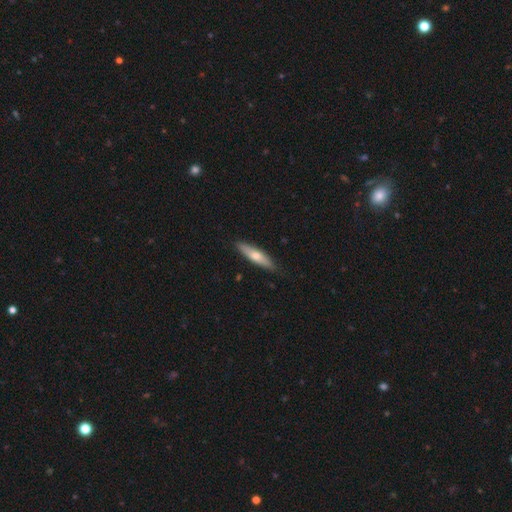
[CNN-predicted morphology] A smooth galaxy with no disk features (57%) that is cigar-shaped (75%). Merging: none (87%).